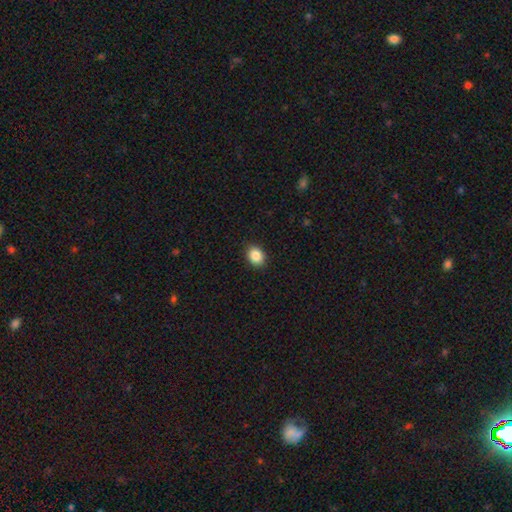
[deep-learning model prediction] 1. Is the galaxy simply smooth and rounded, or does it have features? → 87% smooth, 9% star or artifact, 4% featured or disk.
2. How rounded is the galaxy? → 55% in between, 44% round, 1% cigar-shaped.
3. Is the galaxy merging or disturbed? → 90% none, 7% minor disturbance, 2% major disturbance, 1% merger.